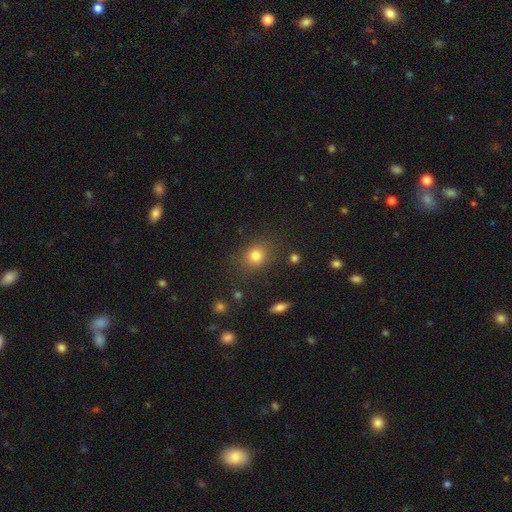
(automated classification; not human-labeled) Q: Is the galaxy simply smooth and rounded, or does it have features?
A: smooth — 79%.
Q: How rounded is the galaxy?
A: round — 68%.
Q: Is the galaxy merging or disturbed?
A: none — 80%.